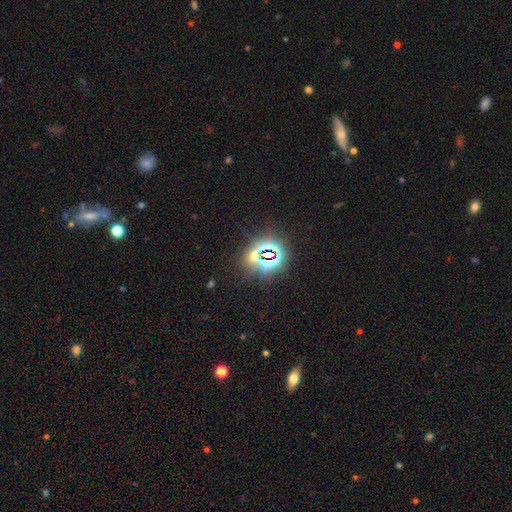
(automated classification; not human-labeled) Morphology: type=star or artifact (74%).